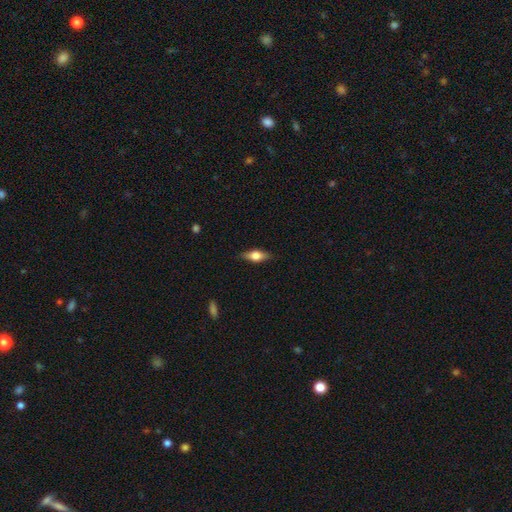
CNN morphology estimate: Q: Smooth or featured?
A: smooth (52%); runner-up: featured or disk (41%)
Q: How rounded?
A: in between (68%); runner-up: cigar-shaped (27%)
Q: Merging?
A: none (85%); runner-up: minor disturbance (11%)